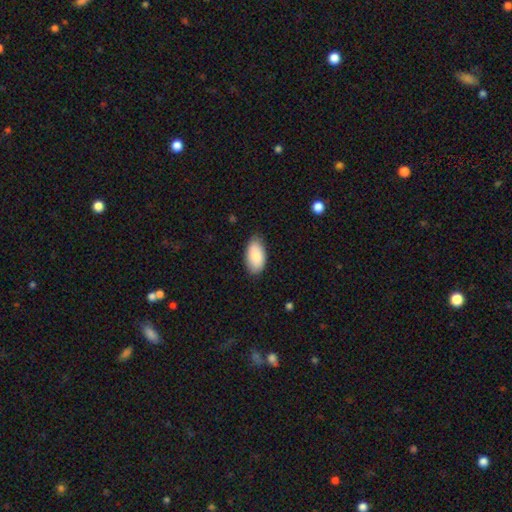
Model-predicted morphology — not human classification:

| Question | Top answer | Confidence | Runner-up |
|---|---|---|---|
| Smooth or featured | smooth | 85% | featured or disk (9%) |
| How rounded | in between | 95% | round (3%) |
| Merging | none | 79% | minor disturbance (17%) |